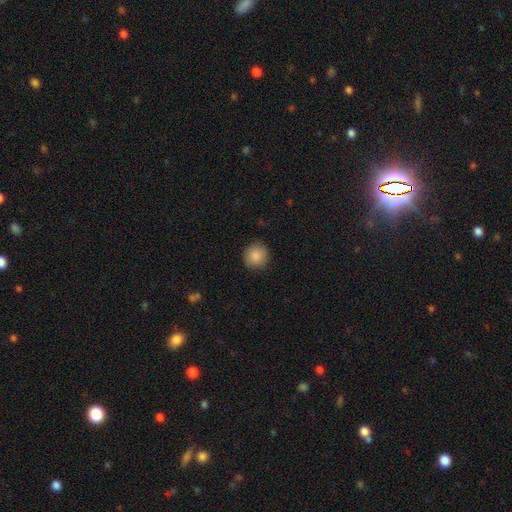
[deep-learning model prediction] smooth-or-featured: smooth: 88% | star or artifact: 8% | featured or disk: 4%
  how-rounded: round: 92% | in between: 7% | cigar-shaped: 1%
  merging: none: 89% | minor disturbance: 8% | major disturbance: 2% | merger: 1%